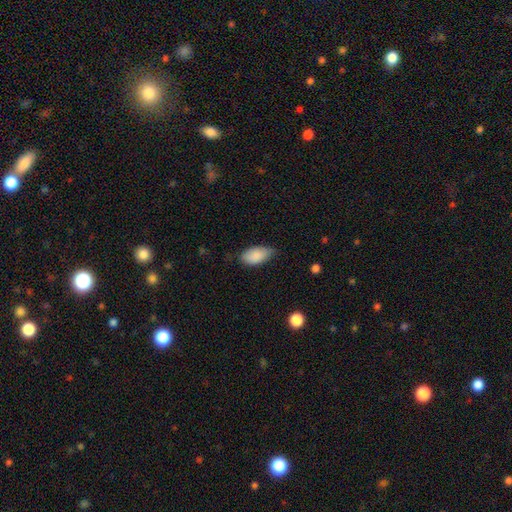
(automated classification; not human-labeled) A smooth galaxy with no disk features (88%) that is in between round and cigar-shaped (94%).

Vote fractions:
- Smooth or featured? smooth: 88% / star or artifact: 6% / featured or disk: 6%
- How rounded? in between: 94% / cigar-shaped: 3% / round: 3%
- Merging? none: 62% / minor disturbance: 32% / major disturbance: 5% / merger: 1%